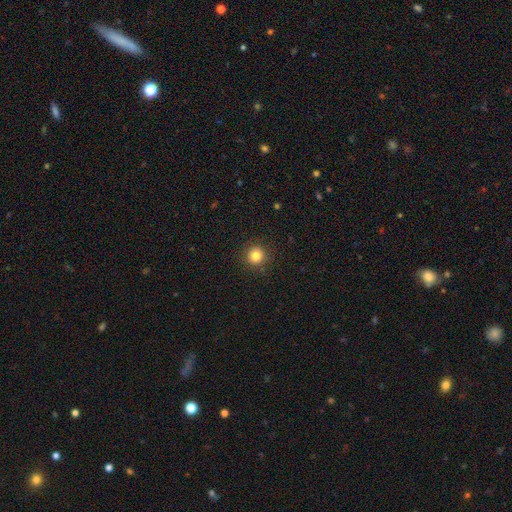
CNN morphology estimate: The model was most divided on "smooth or featured": smooth: 82%, star or artifact: 12%, featured or disk: 6%. More confident: how rounded — round (94%); merging — none (91%).